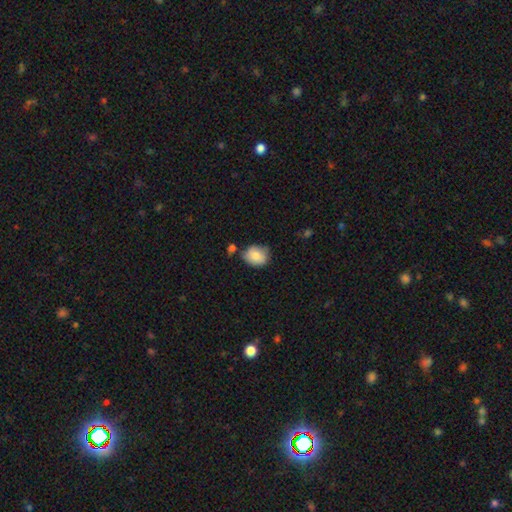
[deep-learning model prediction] Smooth or featured? smooth (84%)
How rounded? round (56%)
Merging? none (66%)